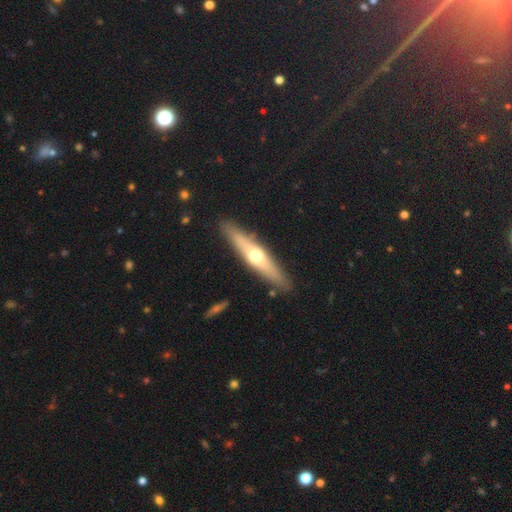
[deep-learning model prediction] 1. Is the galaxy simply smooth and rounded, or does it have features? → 54% featured or disk, 40% smooth, 5% star or artifact.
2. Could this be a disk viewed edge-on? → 89% yes, 11% no.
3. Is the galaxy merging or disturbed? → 88% none, 8% minor disturbance, 2% major disturbance, 2% merger.